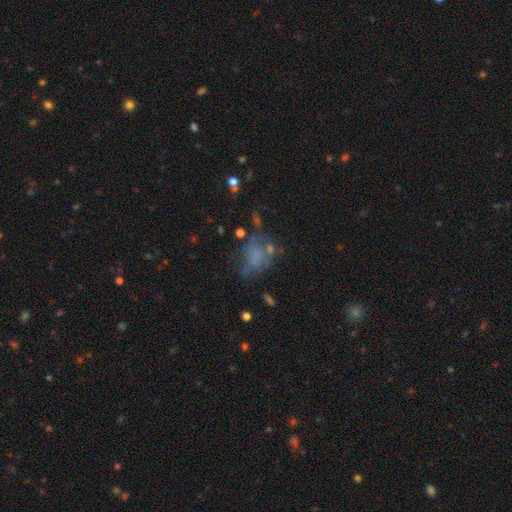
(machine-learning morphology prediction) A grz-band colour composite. It shows a smooth galaxy with no disk features (47%). Merging: none (37%).